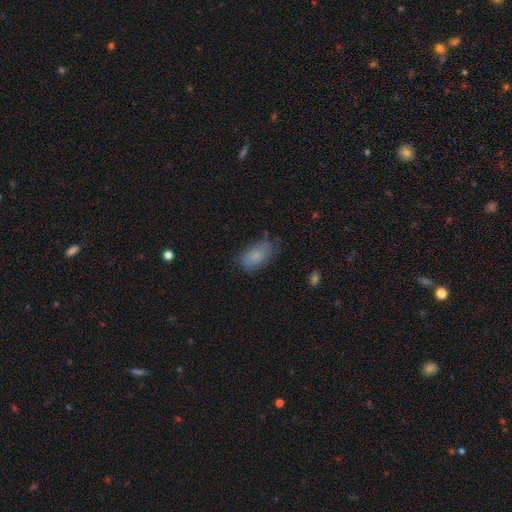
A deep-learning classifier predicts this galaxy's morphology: smooth_or_featured: smooth (p=0.78) [alt: featured or disk p=0.14]
how_rounded: in between (p=0.91) [alt: round p=0.05]
merging: none (p=0.64) [alt: minor disturbance p=0.25]